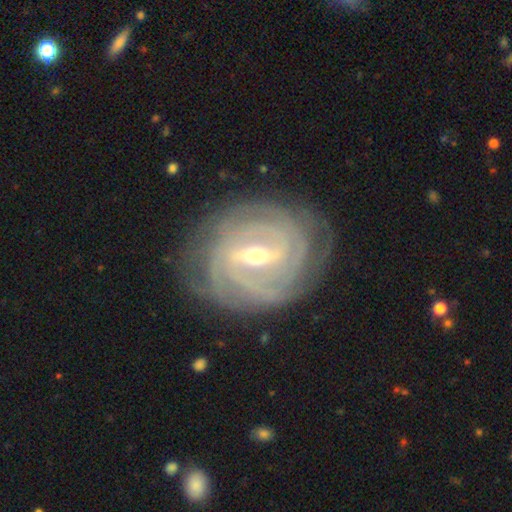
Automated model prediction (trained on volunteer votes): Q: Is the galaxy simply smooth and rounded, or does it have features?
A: featured or disk — 90%.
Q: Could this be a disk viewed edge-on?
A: no — 96%.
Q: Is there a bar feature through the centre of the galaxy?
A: strong — 59%.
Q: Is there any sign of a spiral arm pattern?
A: yes — 97%.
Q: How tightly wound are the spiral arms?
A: tight — 82%.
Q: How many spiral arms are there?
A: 4 — 26%.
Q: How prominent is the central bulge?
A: moderate — 54%.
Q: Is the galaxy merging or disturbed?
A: none — 83%.